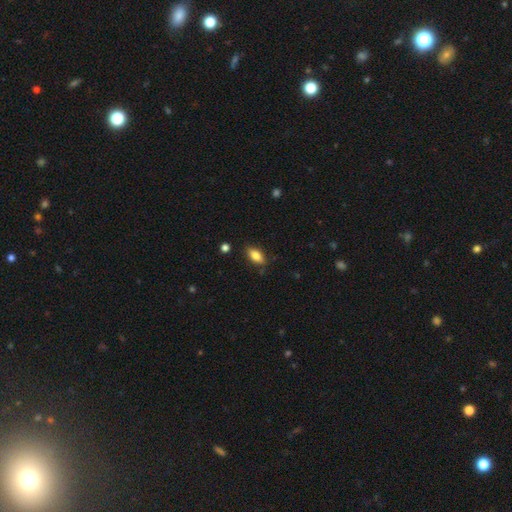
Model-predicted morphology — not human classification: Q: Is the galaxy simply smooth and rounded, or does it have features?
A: smooth — 83%.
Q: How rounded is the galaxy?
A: in between — 88%.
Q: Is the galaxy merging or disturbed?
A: none — 83%.